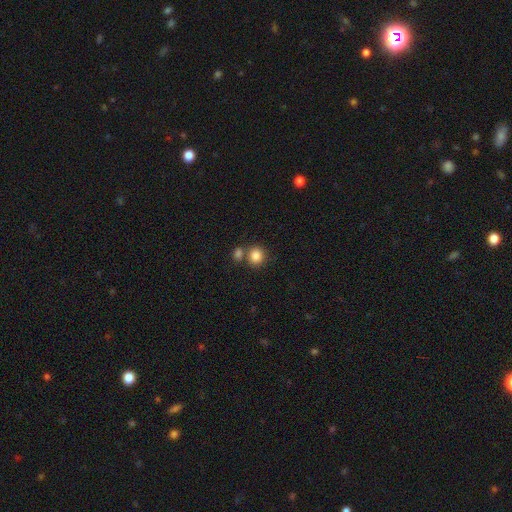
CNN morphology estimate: A smooth galaxy with no disk features (84%) that is round (81%). Merging: none (60%).